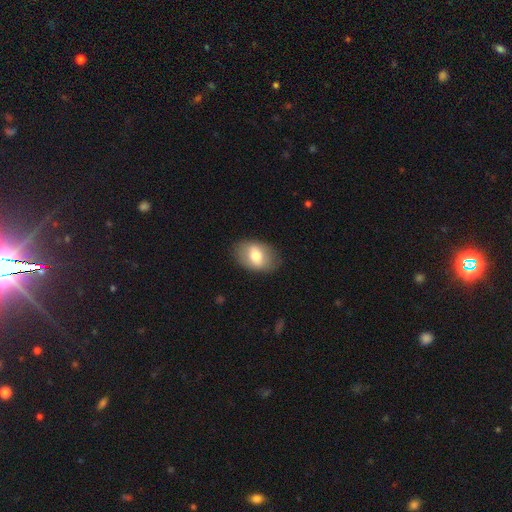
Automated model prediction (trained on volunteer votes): A smooth galaxy with no disk features (68%) that is in between round and cigar-shaped (83%). Merging: none (82%).